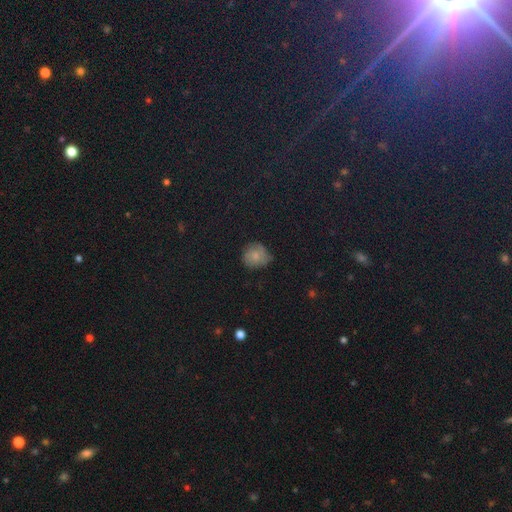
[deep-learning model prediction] A smooth galaxy with no disk features (71%) that is round (83%).

Vote fractions:
- Smooth or featured? smooth: 71% / featured or disk: 17% / star or artifact: 12%
- How rounded? round: 83% / in between: 16% / cigar-shaped: 1%
- Merging? none: 63% / minor disturbance: 29% / major disturbance: 6% / merger: 2%